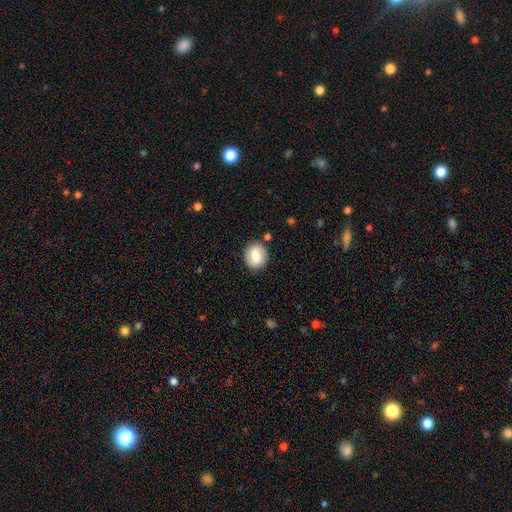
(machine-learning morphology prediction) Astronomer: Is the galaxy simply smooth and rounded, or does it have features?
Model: smooth — 78%.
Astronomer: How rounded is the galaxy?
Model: round — 69%.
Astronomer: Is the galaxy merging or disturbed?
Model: none — 85%.